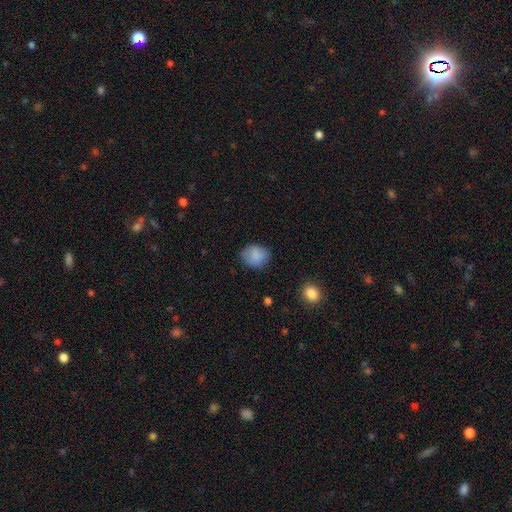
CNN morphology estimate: This appears to be a smooth galaxy with no disk features (84%) that is round (60%). Merging: none (73%).